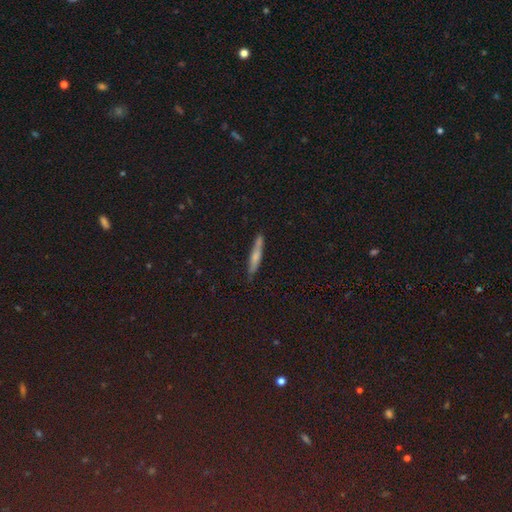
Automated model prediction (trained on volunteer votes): smooth 51%, featured or disk 34%, star or artifact 14%. Down the decision tree: how rounded — cigar-shaped (89%); merging — none (85%).